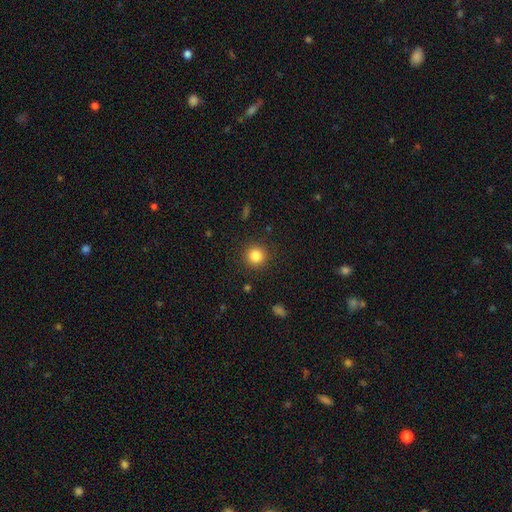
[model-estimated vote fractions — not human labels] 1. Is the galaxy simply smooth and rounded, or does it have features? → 84% smooth, 11% star or artifact, 5% featured or disk.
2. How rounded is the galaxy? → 94% round, 5% in between, 1% cigar-shaped.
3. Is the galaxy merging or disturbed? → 90% none, 6% minor disturbance, 2% major disturbance, 1% merger.